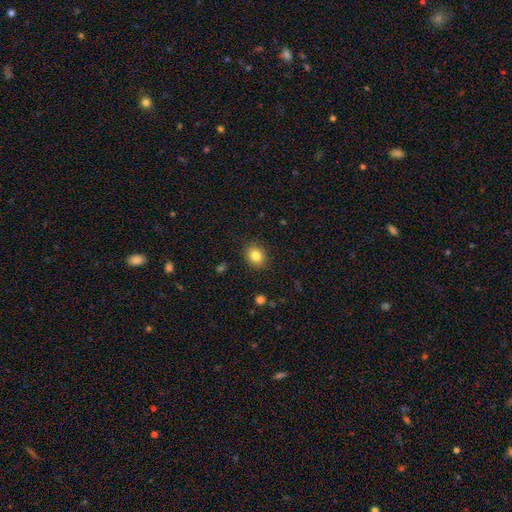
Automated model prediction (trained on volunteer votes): smooth_or_featured: smooth (p=0.83) [alt: star or artifact p=0.10]
how_rounded: round (p=0.59) [alt: in between p=0.40]
merging: none (p=0.89) [alt: minor disturbance p=0.08]